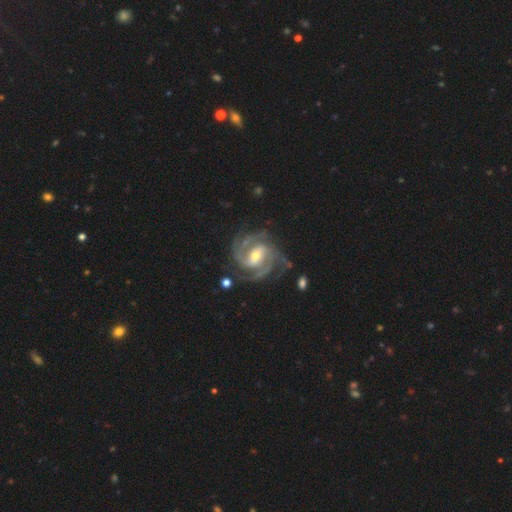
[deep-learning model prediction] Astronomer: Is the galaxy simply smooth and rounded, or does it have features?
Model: featured or disk — 94%.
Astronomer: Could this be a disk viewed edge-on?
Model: no — 98%.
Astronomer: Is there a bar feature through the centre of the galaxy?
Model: weak — 44% (runner-up: strong, 33%).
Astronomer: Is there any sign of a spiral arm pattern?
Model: yes — 99%.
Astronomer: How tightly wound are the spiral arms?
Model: tight — 53% (runner-up: medium, 42%).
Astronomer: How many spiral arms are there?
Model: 3 — 50%.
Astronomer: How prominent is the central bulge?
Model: moderate — 55% (runner-up: small, 40%).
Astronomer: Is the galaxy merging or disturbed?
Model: none — 74%.